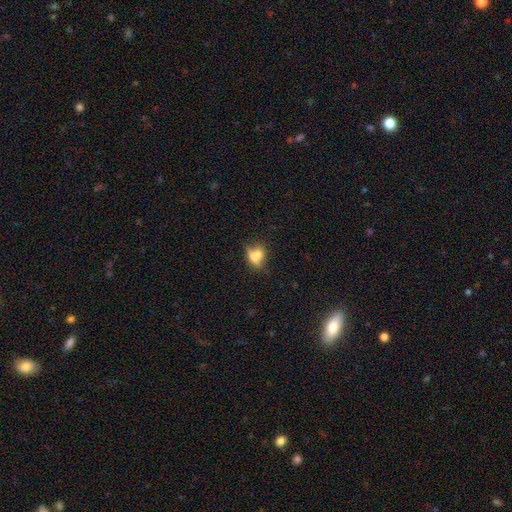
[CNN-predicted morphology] Smooth or featured: smooth — 61% (featured or disk — 26%)
How rounded: in between — 58% (round — 33%)
Merging: merger — 37% (tied with none — 37%)